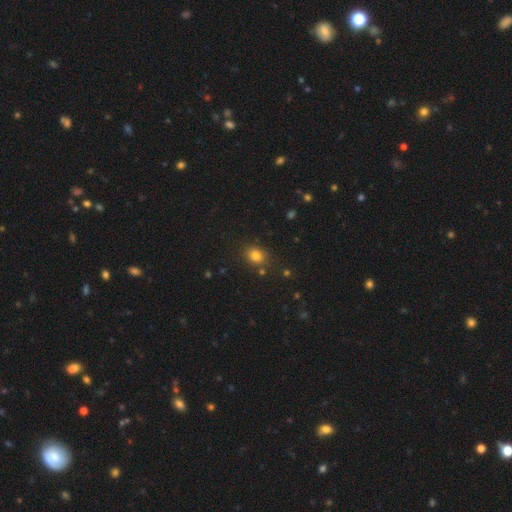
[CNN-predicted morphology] Smooth or featured: smooth — 80% (star or artifact — 14%)
How rounded: round — 63% (in between — 36%)
Merging: none — 81% (minor disturbance — 11%)